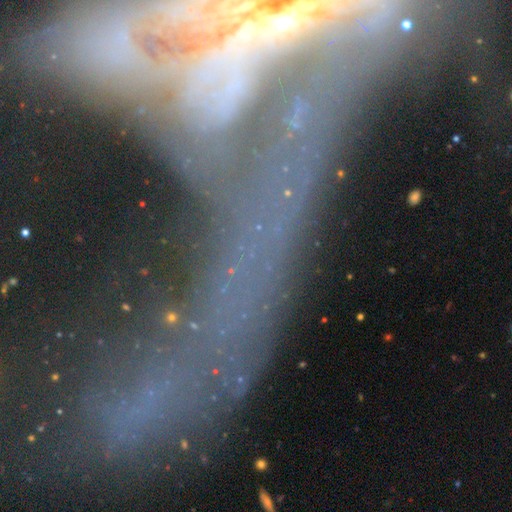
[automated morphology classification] Overall: featured or disk (48%; star or artifact 35%). Merging: none (44%; major disturbance 23%).